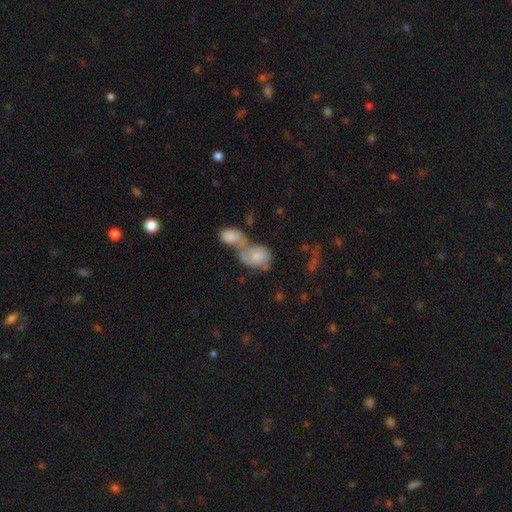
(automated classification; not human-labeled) smooth 67%, featured or disk 25%, star or artifact 7%. Down the decision tree: how rounded — in between (60%); merging — merger (75%).